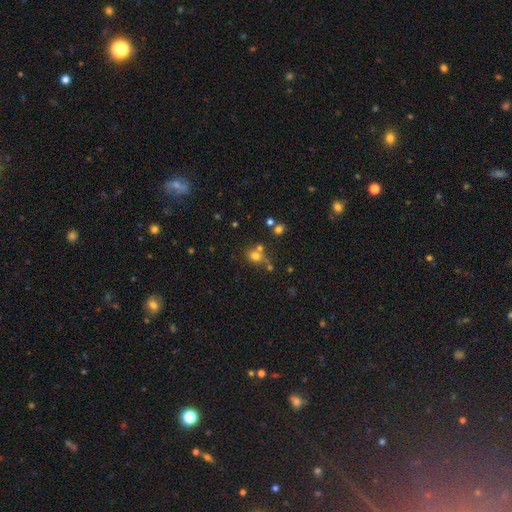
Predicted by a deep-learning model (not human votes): Q: Smooth or featured?
A: smooth (70%); runner-up: star or artifact (18%)
Q: How rounded?
A: round (64%); runner-up: in between (35%)
Q: Merging?
A: none (46%); runner-up: merger (32%)